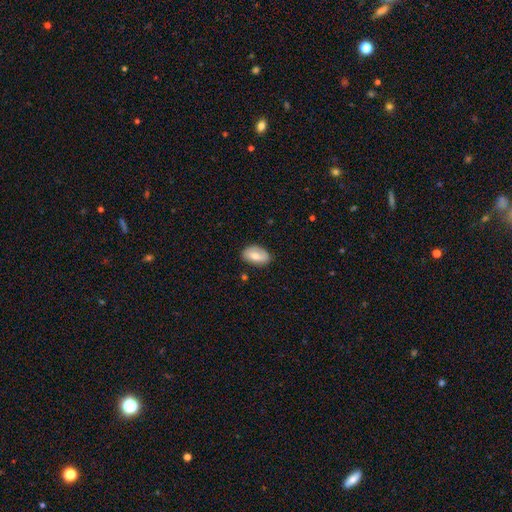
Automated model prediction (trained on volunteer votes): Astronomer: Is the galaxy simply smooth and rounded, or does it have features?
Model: smooth — 72%.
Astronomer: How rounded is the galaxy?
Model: in between — 91%.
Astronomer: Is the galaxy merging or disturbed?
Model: none — 80%.